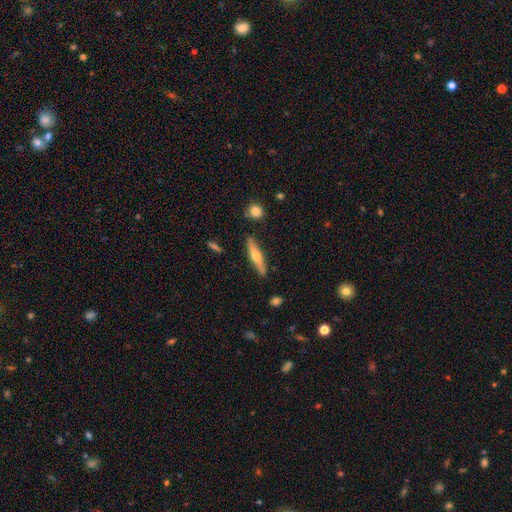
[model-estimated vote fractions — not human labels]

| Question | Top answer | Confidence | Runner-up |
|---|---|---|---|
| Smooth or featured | featured or disk | 49% | smooth (45%) |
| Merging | none | 85% | minor disturbance (11%) |